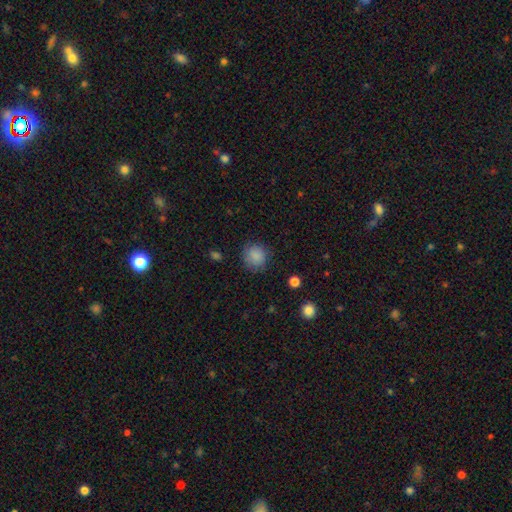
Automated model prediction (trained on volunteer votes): This is clearly a smooth galaxy (85%). How rounded: clearly round (86%). Merging: likely none (80%).